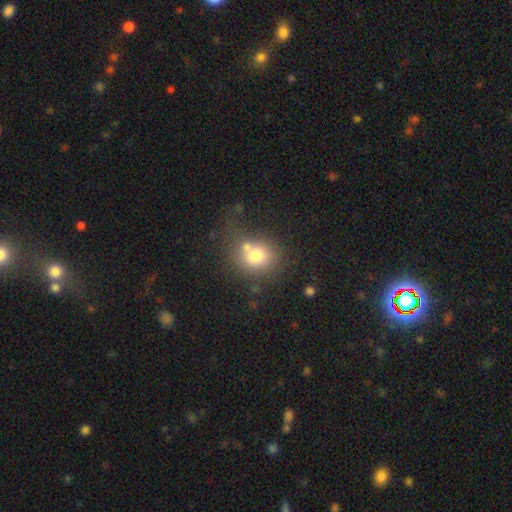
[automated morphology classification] This appears to be a smooth galaxy with no disk features (73%) that is round (72%). Merging: none (50%).